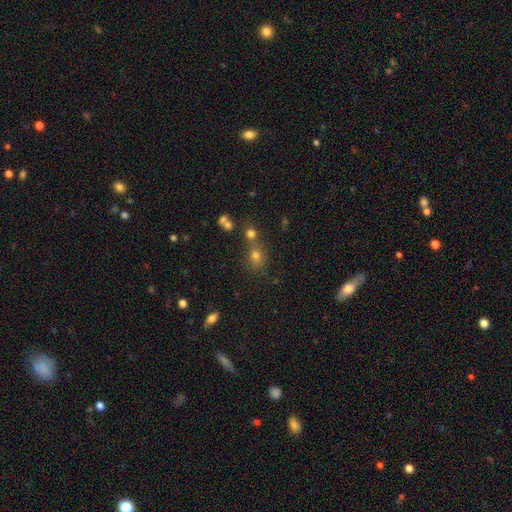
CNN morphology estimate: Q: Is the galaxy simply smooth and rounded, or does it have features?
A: smooth — 72%.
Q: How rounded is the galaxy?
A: round — 57%.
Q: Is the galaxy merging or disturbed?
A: none — 53%.